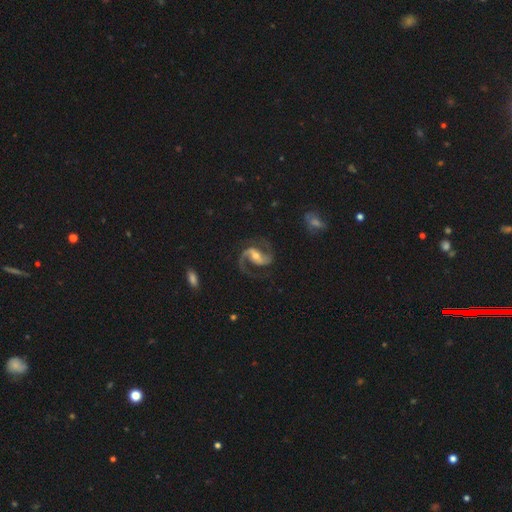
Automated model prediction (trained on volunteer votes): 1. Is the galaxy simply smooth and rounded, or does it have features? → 92% featured or disk, 4% star or artifact, 4% smooth.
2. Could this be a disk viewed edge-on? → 98% no, 2% yes.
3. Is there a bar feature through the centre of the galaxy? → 41% weak, 36% strong, 23% no.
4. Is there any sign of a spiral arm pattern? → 98% yes, 2% no.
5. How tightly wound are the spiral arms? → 58% medium, 30% loose, 12% tight.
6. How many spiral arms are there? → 92% 2, 4% 1, 1% can't tell, 1% 3, 1% 4, 1% more than 4.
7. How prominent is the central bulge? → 58% moderate, 35% small, 4% large, 2% none, 1% dominant.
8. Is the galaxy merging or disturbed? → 76% none, 13% minor disturbance, 9% major disturbance, 2% merger.